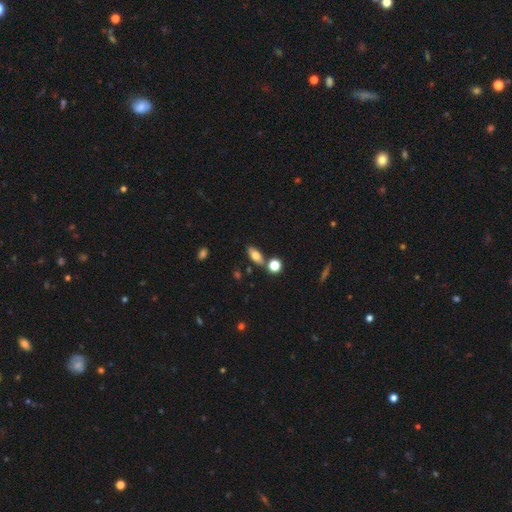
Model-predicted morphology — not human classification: A smooth galaxy with no disk features (69%) that is in between round and cigar-shaped (77%). Merging: none (76%).